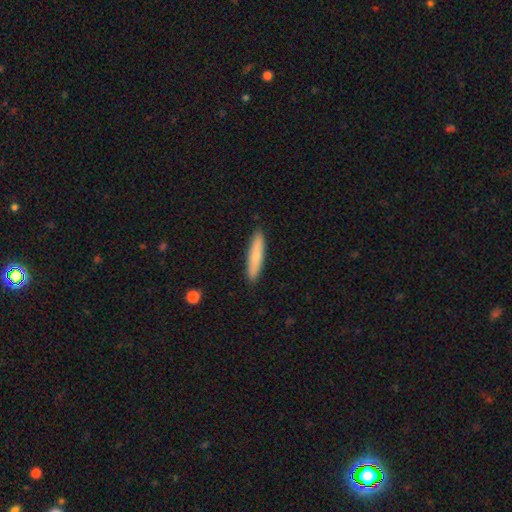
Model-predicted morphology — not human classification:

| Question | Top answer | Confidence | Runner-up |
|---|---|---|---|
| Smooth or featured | smooth | 79% | featured or disk (16%) |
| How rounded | cigar-shaped | 88% | in between (11%) |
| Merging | none | 90% | minor disturbance (7%) |